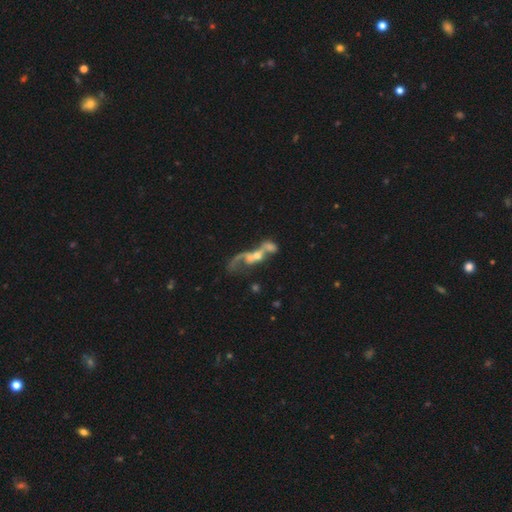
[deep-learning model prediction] Smooth or featured? featured or disk (62%)
Edge-on disk? no (88%)
Bar? no (73%)
Spiral arms? yes (51%)
Bulge size? moderate (33%)
Merging? merger (63%)